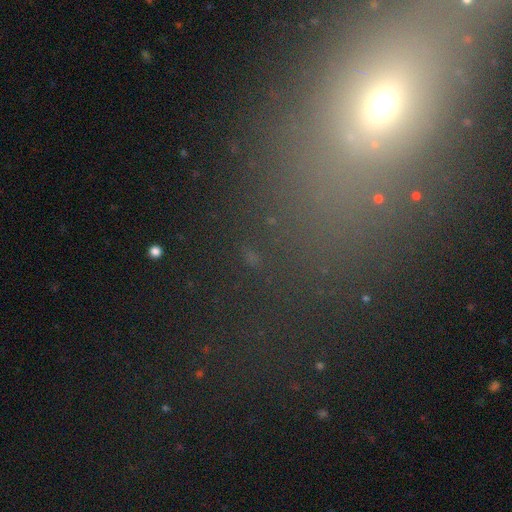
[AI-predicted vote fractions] Smooth or featured? Predicted: star or artifact (p=0.61).